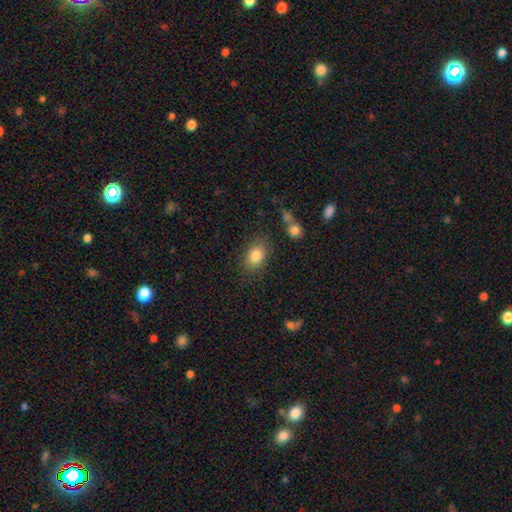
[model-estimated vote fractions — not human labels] The model was most divided on "how rounded": in between: 79%, round: 20%, cigar-shaped: 2%. More confident: smooth or featured — smooth (83%); merging — none (78%).